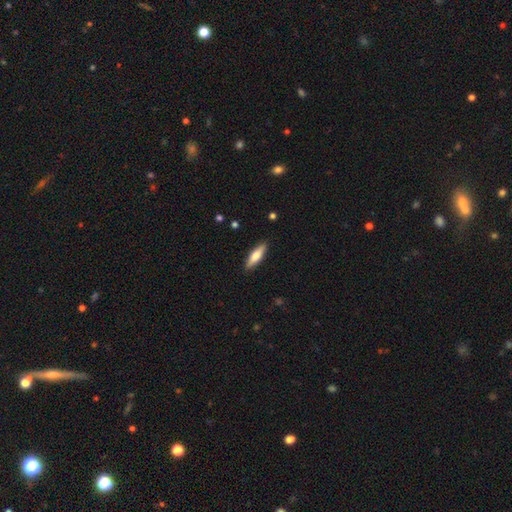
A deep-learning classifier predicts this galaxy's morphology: Smooth or featured: smooth — 66% (featured or disk — 29%)
How rounded: cigar-shaped — 58% (in between — 40%)
Merging: none — 89% (minor disturbance — 8%)